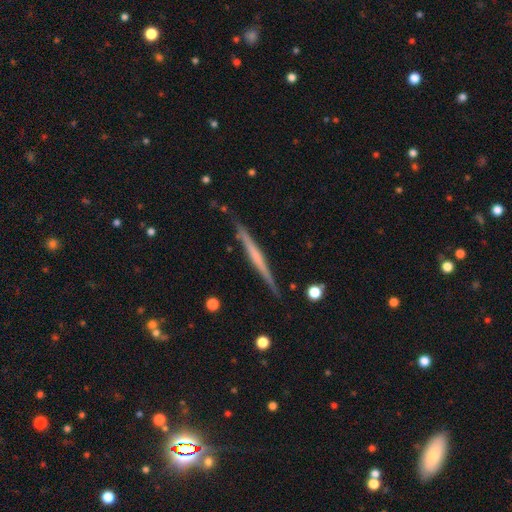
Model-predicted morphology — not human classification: This is likely a featured or disk galaxy (61%). It is clearly viewed edge-on (98%). Edge-on bulge: likely none (75%). Merging: clearly none (87%).